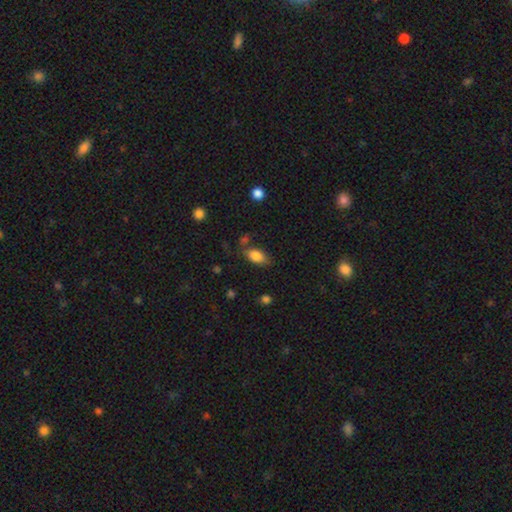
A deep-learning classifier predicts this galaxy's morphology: A smooth galaxy with no disk features (84%) that is in between round and cigar-shaped (90%).

Vote fractions:
- Smooth or featured? smooth: 84% / star or artifact: 8% / featured or disk: 8%
- How rounded? in between: 90% / round: 6% / cigar-shaped: 4%
- Merging? none: 67% / minor disturbance: 20% / merger: 7% / major disturbance: 6%